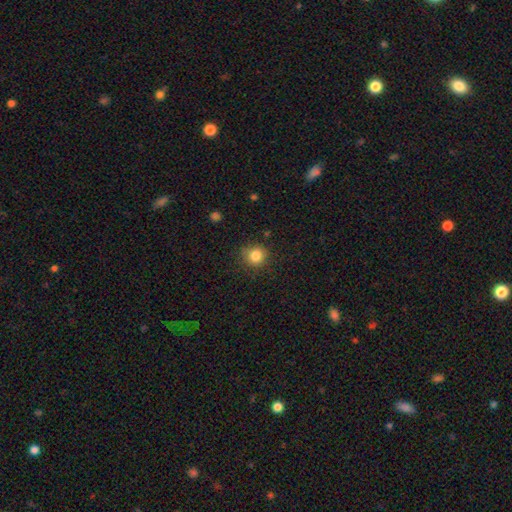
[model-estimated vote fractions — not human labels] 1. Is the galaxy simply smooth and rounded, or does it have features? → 83% smooth, 11% star or artifact, 6% featured or disk.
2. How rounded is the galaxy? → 90% round, 9% in between, 1% cigar-shaped.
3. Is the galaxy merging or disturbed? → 84% none, 11% minor disturbance, 3% major disturbance, 1% merger.